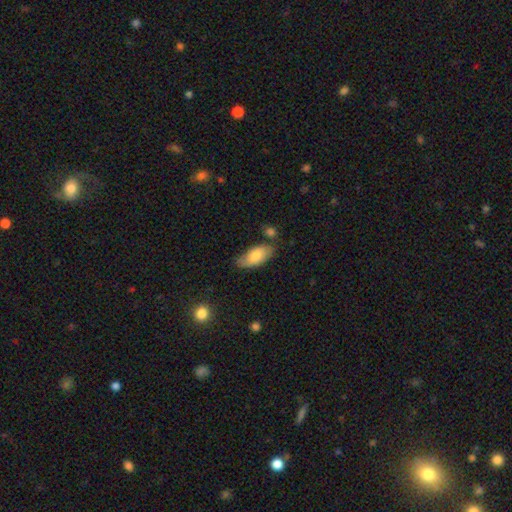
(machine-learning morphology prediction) Smooth or featured? Predicted: smooth (p=0.78). How rounded? Predicted: in between (p=0.90). Merging? Predicted: none (p=0.68).